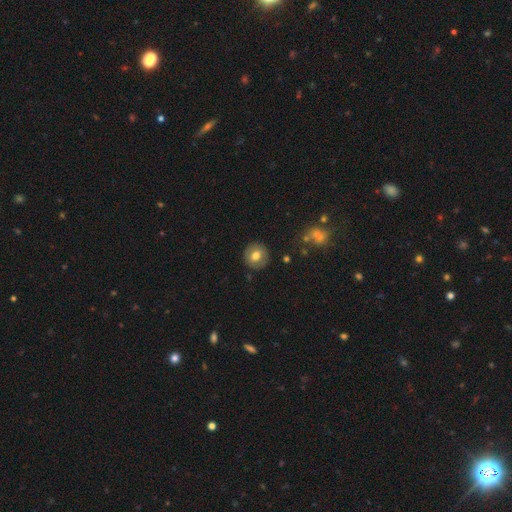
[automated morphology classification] Q: Smooth or featured?
A: smooth (71%); runner-up: featured or disk (20%)
Q: How rounded?
A: round (91%); runner-up: in between (8%)
Q: Merging?
A: none (88%); runner-up: minor disturbance (8%)